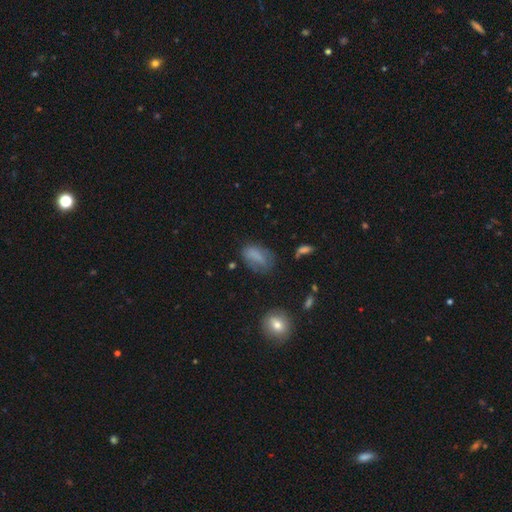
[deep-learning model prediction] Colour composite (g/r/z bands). It shows a smooth galaxy with no disk features (73%) that is in between round and cigar-shaped (87%). Merging: none (53%).